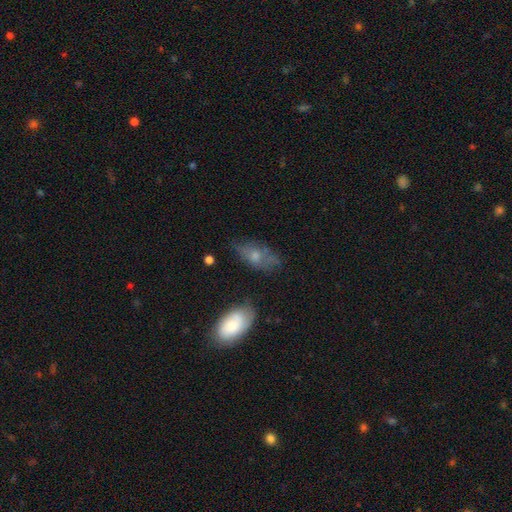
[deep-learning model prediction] A smooth galaxy with no disk features (55%) that is in between round and cigar-shaped (86%).

Vote fractions:
- Smooth or featured? smooth: 55% / featured or disk: 35% / star or artifact: 10%
- How rounded? in between: 86% / cigar-shaped: 7% / round: 7%
- Merging? none: 53% / minor disturbance: 29% / major disturbance: 14% / merger: 5%